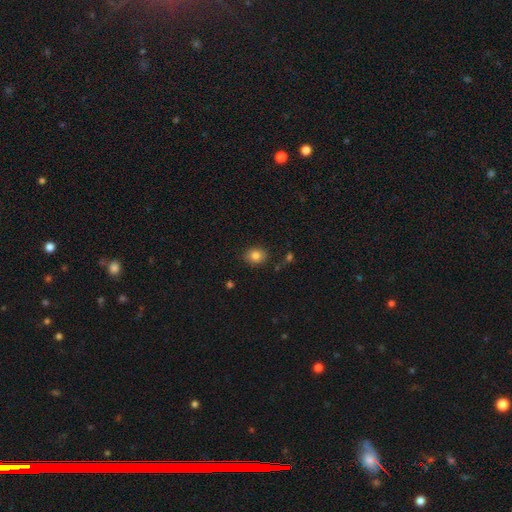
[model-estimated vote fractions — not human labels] Q: Smooth or featured?
A: smooth (82%); runner-up: star or artifact (10%)
Q: How rounded?
A: round (58%); runner-up: in between (41%)
Q: Merging?
A: none (85%); runner-up: minor disturbance (10%)